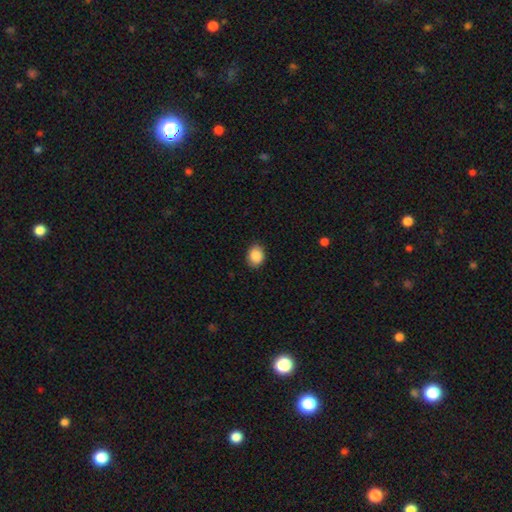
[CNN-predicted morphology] smooth_or_featured: smooth (p=0.88) [alt: star or artifact p=0.08]
how_rounded: in between (p=0.53) [alt: round p=0.46]
merging: none (p=0.87) [alt: minor disturbance p=0.10]